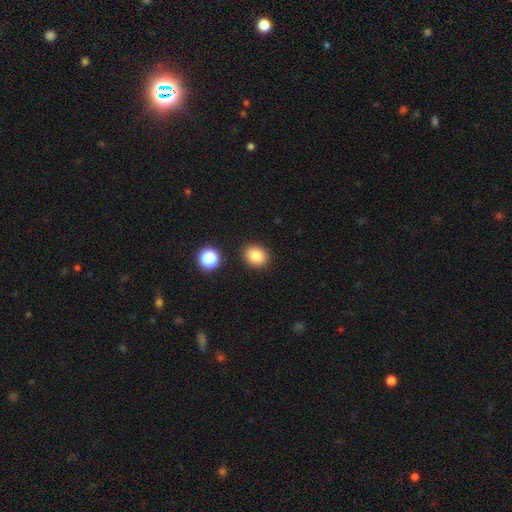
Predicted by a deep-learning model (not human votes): Smooth or featured? Predicted: smooth (p=0.83). How rounded? Predicted: round (p=0.57). Merging? Predicted: none (p=0.88).